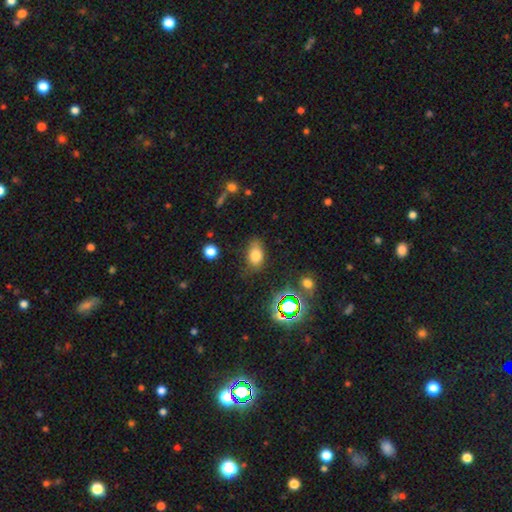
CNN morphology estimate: Smooth or featured?
  - smooth: 77% *
  - star or artifact: 14%
  - featured or disk: 9%
How rounded?
  - in between: 83% *
  - round: 15%
  - cigar-shaped: 2%
Merging?
  - none: 70% *
  - minor disturbance: 22%
  - major disturbance: 6%
  - merger: 3%